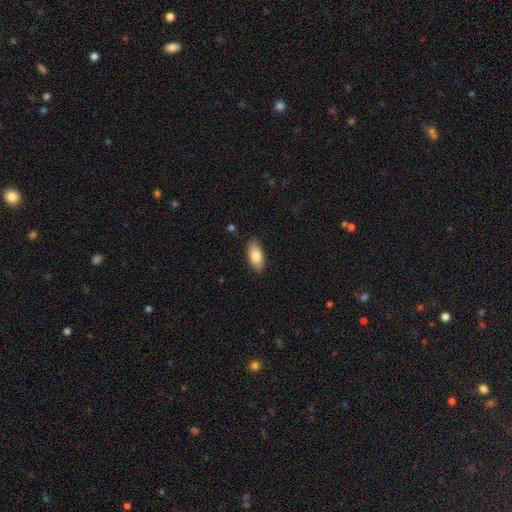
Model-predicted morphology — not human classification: smooth_or_featured: smooth (p=0.82) [alt: featured or disk p=0.12]
how_rounded: in between (p=0.88) [alt: cigar-shaped p=0.10]
merging: none (p=0.86) [alt: minor disturbance p=0.10]